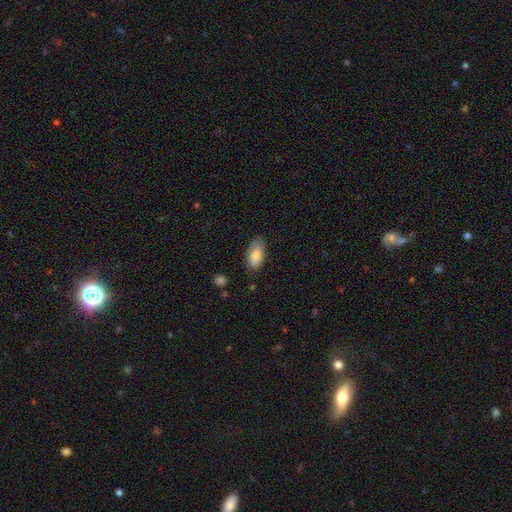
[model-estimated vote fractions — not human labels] Q: Smooth or featured?
A: smooth (82%); runner-up: featured or disk (11%)
Q: How rounded?
A: in between (93%); runner-up: cigar-shaped (4%)
Q: Merging?
A: none (68%); runner-up: minor disturbance (25%)